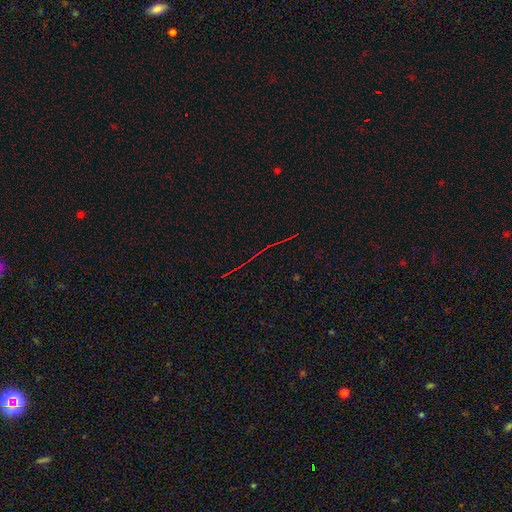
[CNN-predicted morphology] This appears to be a star or artifact, not a galaxy (78%).